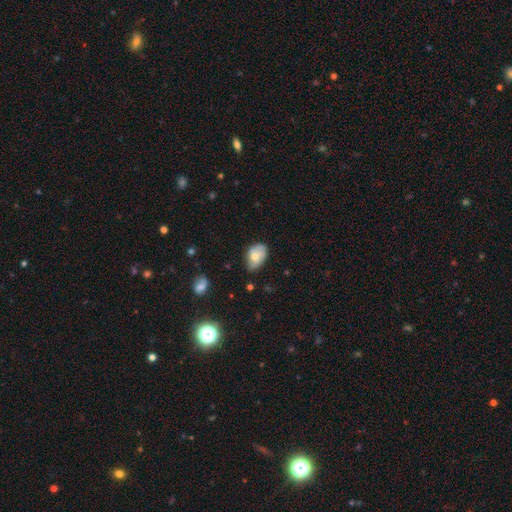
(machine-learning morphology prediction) Overall: smooth (66%; featured or disk 26%). How rounded: in between (86%). Merging: none (46%; minor disturbance 41%).